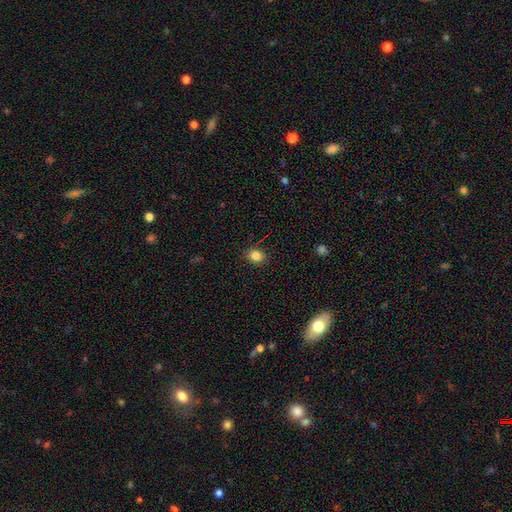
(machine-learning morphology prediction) smooth_or_featured: smooth (p=0.84) [alt: star or artifact p=0.11]
how_rounded: round (p=0.54) [alt: in between p=0.45]
merging: none (p=0.87) [alt: minor disturbance p=0.09]